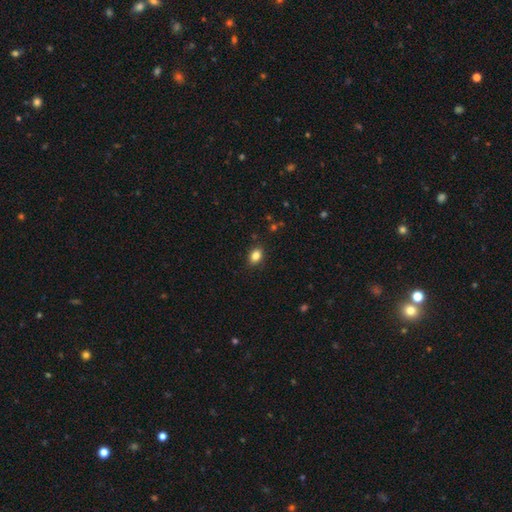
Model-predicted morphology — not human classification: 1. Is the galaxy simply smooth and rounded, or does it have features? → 85% smooth, 10% star or artifact, 6% featured or disk.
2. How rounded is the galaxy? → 76% in between, 23% round, 1% cigar-shaped.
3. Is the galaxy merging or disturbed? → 88% none, 9% minor disturbance, 2% major disturbance, 1% merger.